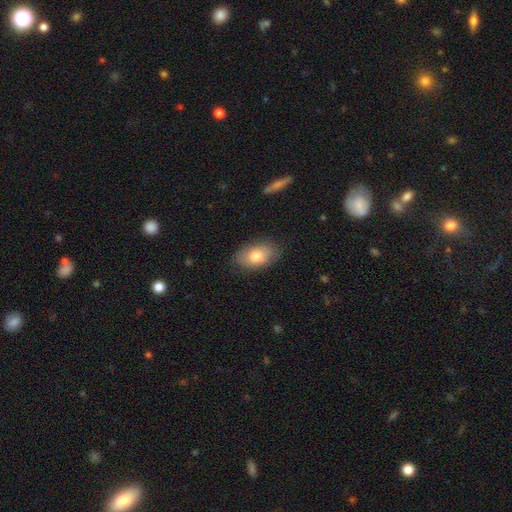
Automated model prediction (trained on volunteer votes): This appears to be a smooth galaxy with no disk features (77%) that is in between round and cigar-shaped (89%). Merging: none (82%).